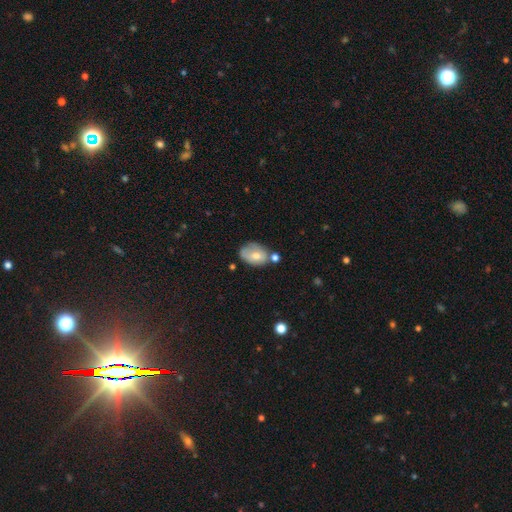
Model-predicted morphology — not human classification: smooth-or-featured: smooth: 65% | featured or disk: 27% | star or artifact: 7%
  how-rounded: in between: 80% | round: 19% | cigar-shaped: 1%
  merging: none: 46% | minor disturbance: 28% | merger: 18% | major disturbance: 8%